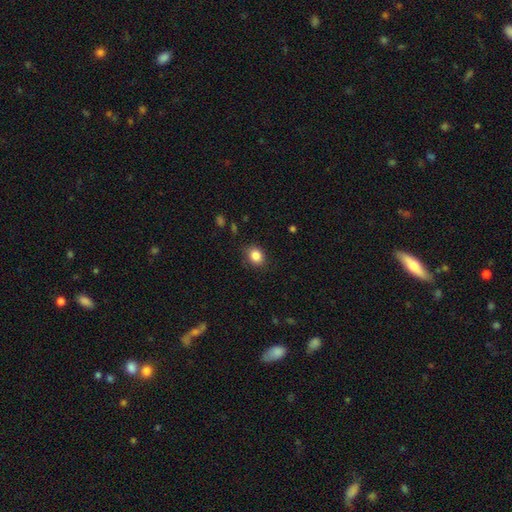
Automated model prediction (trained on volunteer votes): This is clearly a smooth galaxy (85%). How rounded: possibly round (56%). Merging: clearly none (81%).